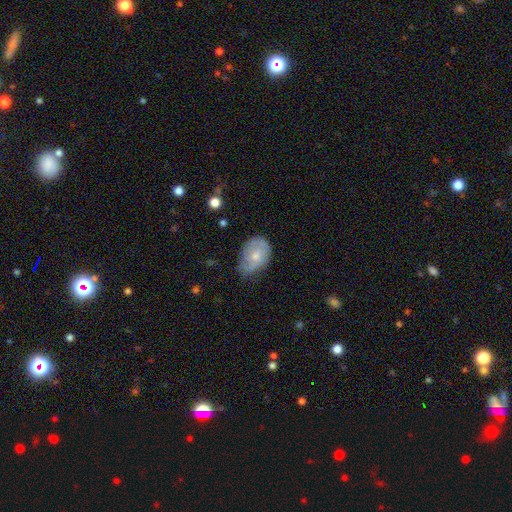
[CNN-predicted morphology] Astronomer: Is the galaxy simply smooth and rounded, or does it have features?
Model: smooth — 57% (runner-up: featured or disk, 36%).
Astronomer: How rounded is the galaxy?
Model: in between — 78%.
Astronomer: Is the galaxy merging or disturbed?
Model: none — 48% (runner-up: minor disturbance, 39%).